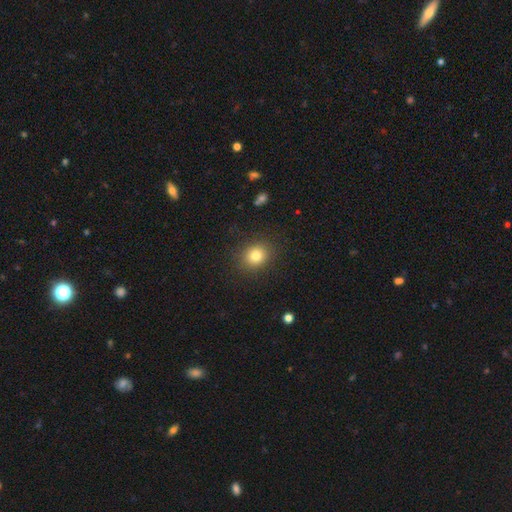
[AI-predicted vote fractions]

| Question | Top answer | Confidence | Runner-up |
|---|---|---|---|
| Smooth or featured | smooth | 81% | star or artifact (12%) |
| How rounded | round | 69% | in between (30%) |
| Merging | none | 88% | minor disturbance (8%) |